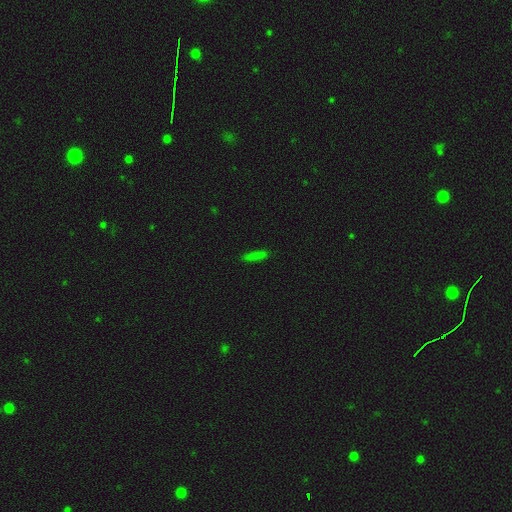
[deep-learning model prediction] This appears to be a smooth galaxy with no disk features (79%) that is cigar-shaped (81%). Merging: none (86%).